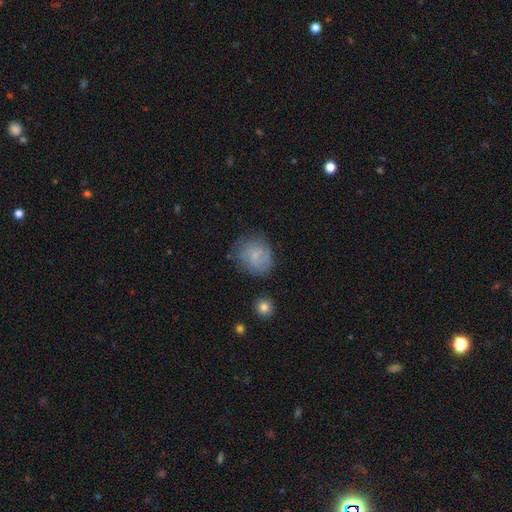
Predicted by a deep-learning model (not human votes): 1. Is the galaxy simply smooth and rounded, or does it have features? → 55% smooth, 36% featured or disk, 10% star or artifact.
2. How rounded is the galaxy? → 68% round, 31% in between, 1% cigar-shaped.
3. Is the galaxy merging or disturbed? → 66% none, 22% minor disturbance, 9% major disturbance, 3% merger.